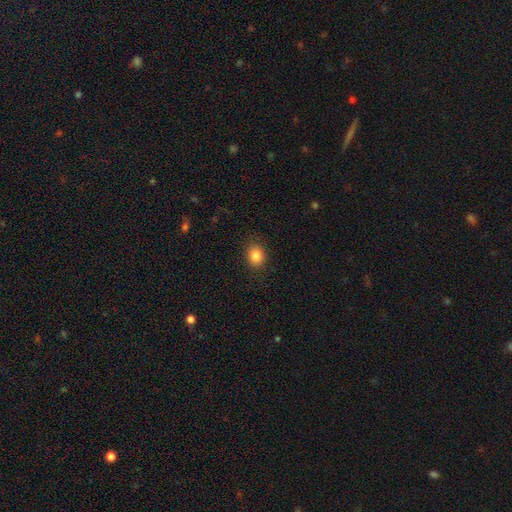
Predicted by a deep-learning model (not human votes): Smooth or featured?
  - smooth: 84% *
  - star or artifact: 10%
  - featured or disk: 5%
How rounded?
  - round: 55% *
  - in between: 44%
  - cigar-shaped: 1%
Merging?
  - none: 88% *
  - minor disturbance: 9%
  - major disturbance: 2%
  - merger: 1%